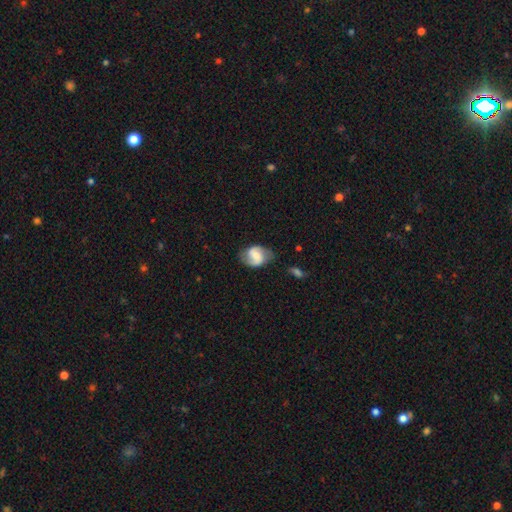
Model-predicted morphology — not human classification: The model was most divided on "bulge size": moderate: 42%, small: 38%, none: 10%, large: 8%, dominant: 2%. Remaining: edge-on disk — no (98%); spiral arms — yes (93%); spiral arm count — 2 (88%); smooth or featured — featured or disk (72%); merging — none (70%); bar — weak (47%); spiral winding — medium (47%).